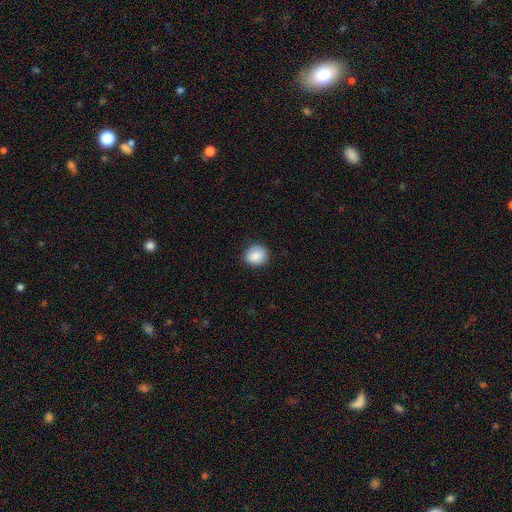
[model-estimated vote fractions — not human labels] A smooth galaxy with no disk features (87%) that is round (76%).

Vote fractions:
- Smooth or featured? smooth: 87% / star or artifact: 7% / featured or disk: 5%
- How rounded? round: 76% / in between: 23% / cigar-shaped: 1%
- Merging? none: 86% / minor disturbance: 10% / major disturbance: 2% / merger: 1%